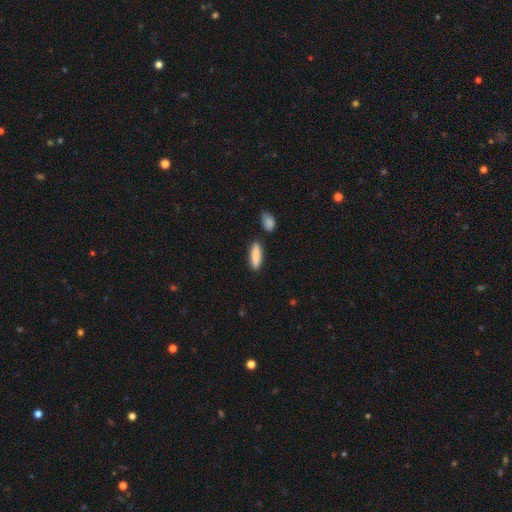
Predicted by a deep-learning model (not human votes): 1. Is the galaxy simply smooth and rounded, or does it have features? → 88% smooth, 7% featured or disk, 6% star or artifact.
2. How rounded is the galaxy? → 55% cigar-shaped, 43% in between, 2% round.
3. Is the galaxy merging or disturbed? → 82% none, 10% minor disturbance, 6% merger, 2% major disturbance.